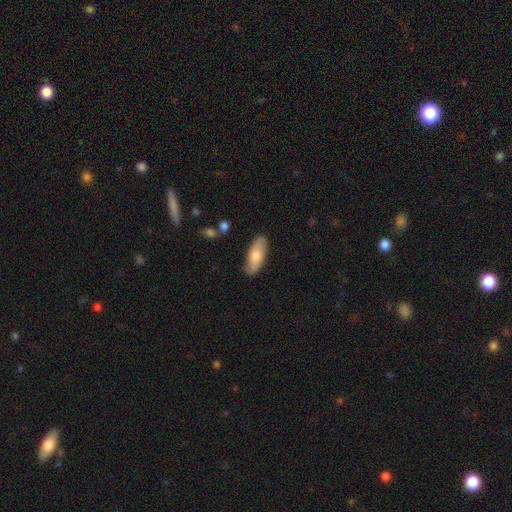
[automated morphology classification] This is likely a smooth galaxy (74%). How rounded: likely in between (74%). Merging: clearly none (83%).